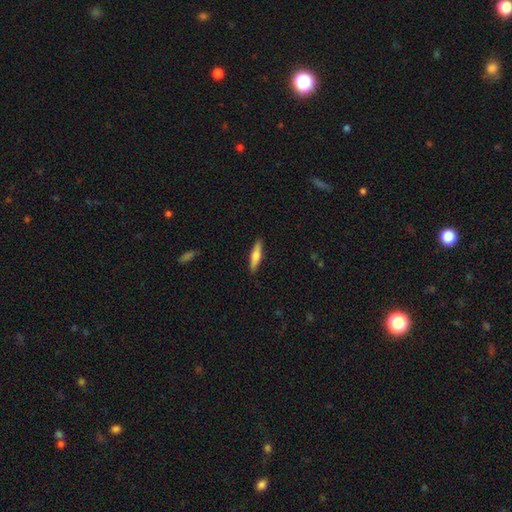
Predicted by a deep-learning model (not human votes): Smooth or featured: smooth — 58% (featured or disk — 36%)
How rounded: cigar-shaped — 80% (in between — 19%)
Merging: none — 90% (minor disturbance — 7%)